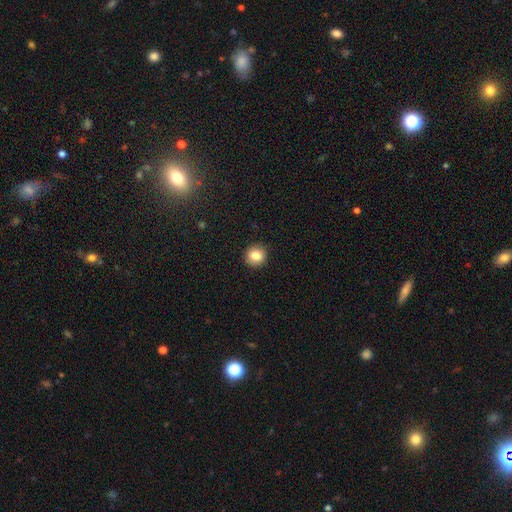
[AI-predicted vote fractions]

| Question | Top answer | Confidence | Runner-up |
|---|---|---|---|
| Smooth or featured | smooth | 84% | star or artifact (9%) |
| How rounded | round | 90% | in between (9%) |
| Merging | none | 91% | minor disturbance (6%) |